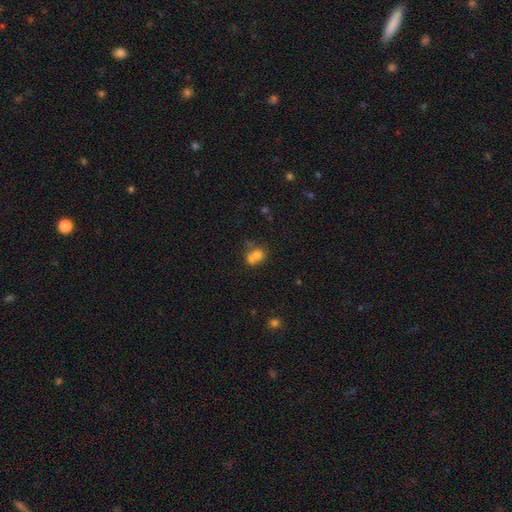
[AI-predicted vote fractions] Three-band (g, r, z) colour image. It shows a smooth galaxy with no disk features (69%) that is round (70%). Merging: merger (58%).